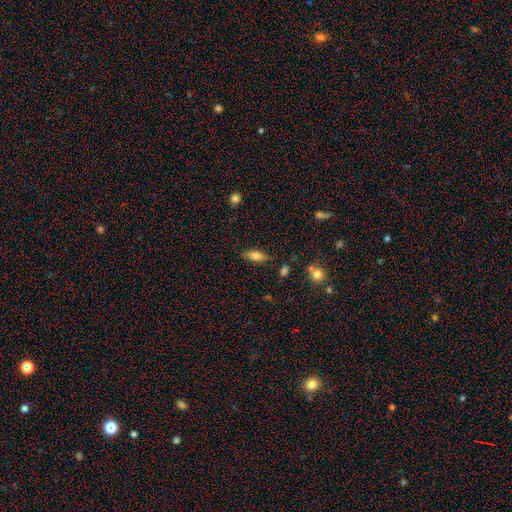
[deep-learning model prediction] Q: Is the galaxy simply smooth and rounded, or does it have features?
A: smooth — 76%.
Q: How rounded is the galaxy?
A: in between — 73%.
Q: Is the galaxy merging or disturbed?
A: none — 81%.